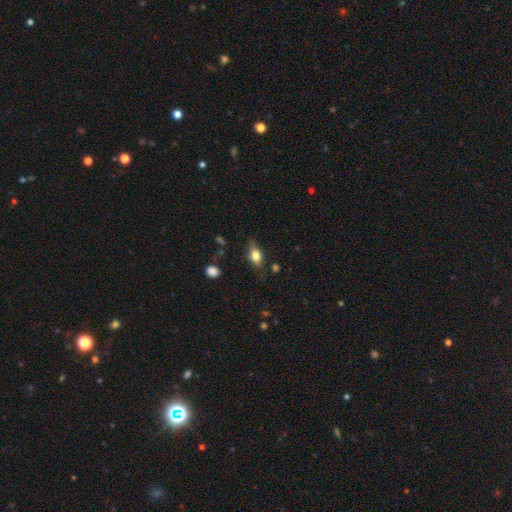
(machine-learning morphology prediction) smooth-or-featured: smooth: 75% | featured or disk: 17% | star or artifact: 8%
  how-rounded: in between: 82% | round: 12% | cigar-shaped: 7%
  merging: none: 71% | minor disturbance: 21% | major disturbance: 5% | merger: 2%